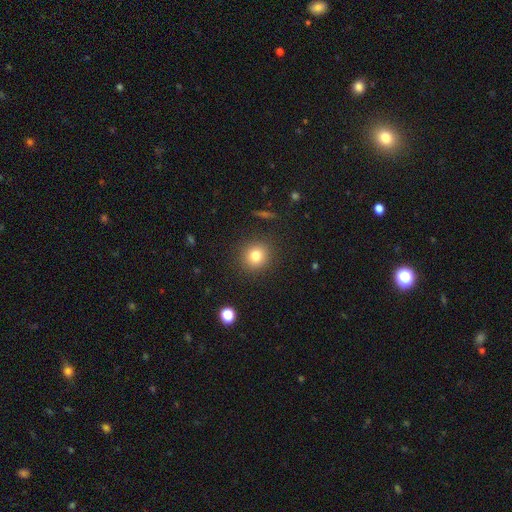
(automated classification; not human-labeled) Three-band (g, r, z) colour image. It shows a smooth galaxy with no disk features (80%) that is round (88%). Merging: none (89%).